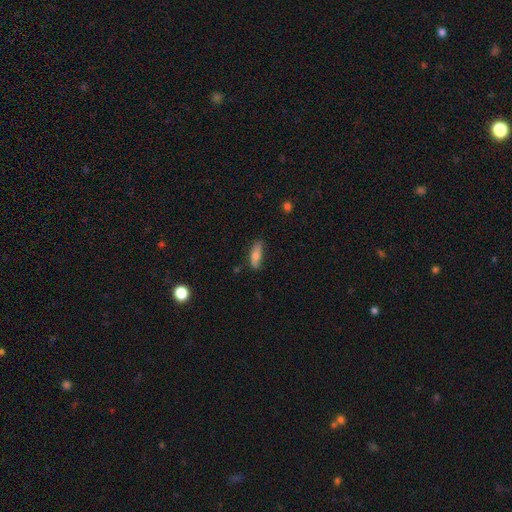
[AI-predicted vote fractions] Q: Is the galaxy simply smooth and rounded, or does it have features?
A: smooth — 71%.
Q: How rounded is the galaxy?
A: in between — 56%.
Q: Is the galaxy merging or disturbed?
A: none — 71%.